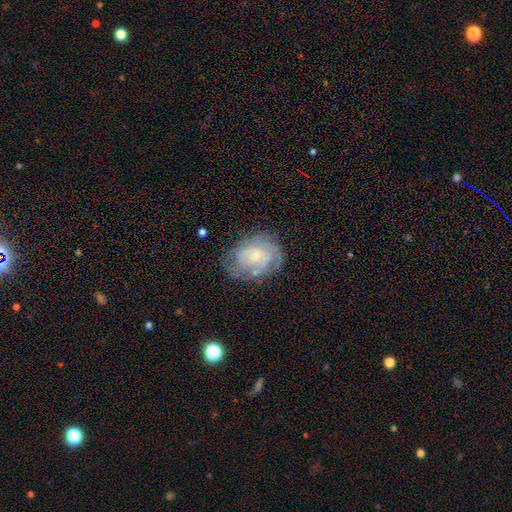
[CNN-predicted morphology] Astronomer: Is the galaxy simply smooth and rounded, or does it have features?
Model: featured or disk — 65%.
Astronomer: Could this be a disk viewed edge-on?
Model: no — 97%.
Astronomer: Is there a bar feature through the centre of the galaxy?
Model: no — 72%.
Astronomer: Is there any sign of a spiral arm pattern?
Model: yes — 79%.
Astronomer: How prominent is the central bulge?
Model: small — 50% (runner-up: moderate, 29%).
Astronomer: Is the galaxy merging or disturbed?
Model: none — 63%.